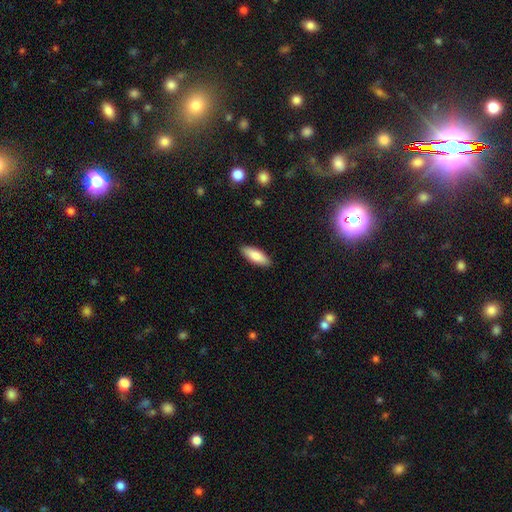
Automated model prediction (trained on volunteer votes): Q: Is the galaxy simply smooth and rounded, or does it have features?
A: smooth — 83%.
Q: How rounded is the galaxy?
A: in between — 68%.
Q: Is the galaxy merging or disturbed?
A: none — 89%.